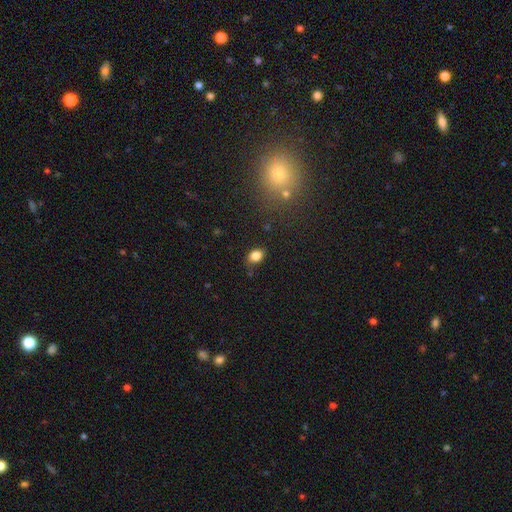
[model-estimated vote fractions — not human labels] smooth-or-featured: smooth: 84% | star or artifact: 11% | featured or disk: 6%
  how-rounded: in between: 73% | round: 26% | cigar-shaped: 1%
  merging: none: 71% | minor disturbance: 20% | major disturbance: 5% | merger: 3%